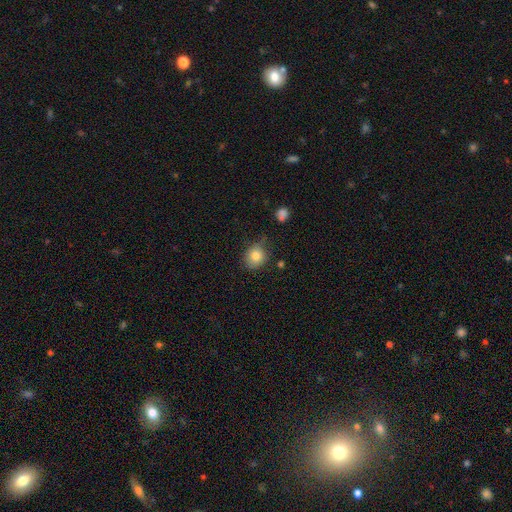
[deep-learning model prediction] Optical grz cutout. It shows a smooth galaxy with no disk features (80%) that is round (75%). Merging: none (69%).